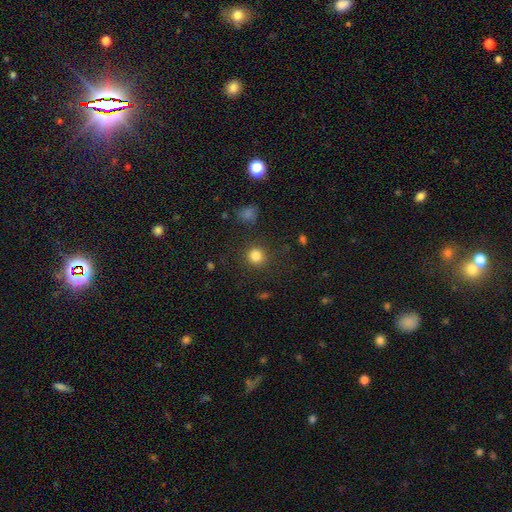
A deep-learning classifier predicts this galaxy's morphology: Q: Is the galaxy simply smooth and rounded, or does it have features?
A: smooth — 83%.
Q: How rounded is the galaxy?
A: round — 92%.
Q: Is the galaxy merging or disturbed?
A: none — 87%.